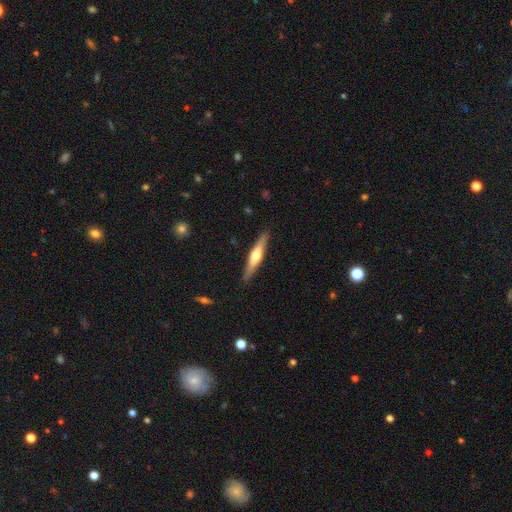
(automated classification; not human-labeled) Smooth or featured: featured or disk — 58% (smooth — 37%)
Edge-on disk: yes — 95% (no — 5%)
Edge-on bulge: rounded — 90% (none — 6%)
Merging: none — 90% (minor disturbance — 8%)